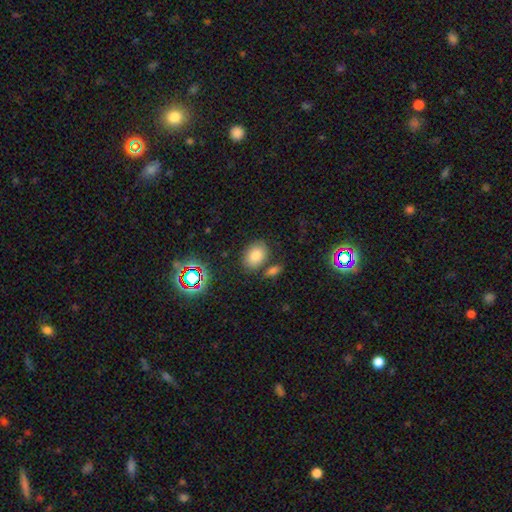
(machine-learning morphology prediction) This appears to be a smooth galaxy with no disk features (77%) that is in between round and cigar-shaped (69%). Merging: none (76%).